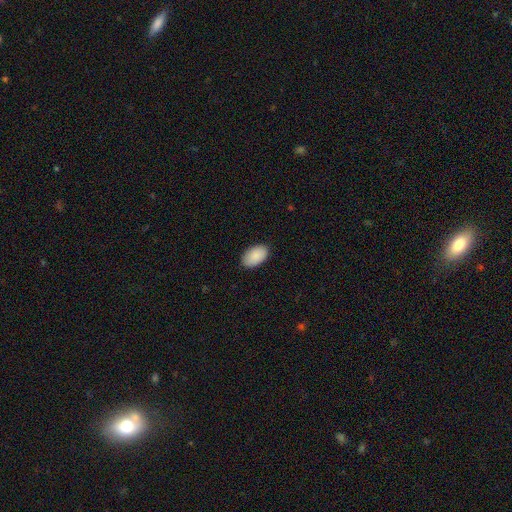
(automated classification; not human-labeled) This appears to be a smooth galaxy with no disk features (90%) that is in between round and cigar-shaped (94%). Merging: none (87%).